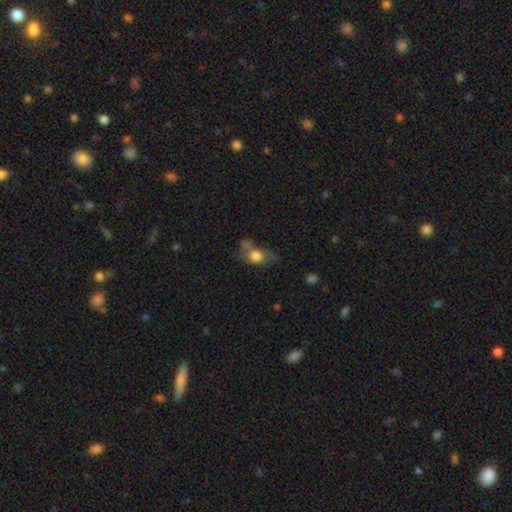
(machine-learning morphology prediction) Smooth or featured?
  - smooth: 69% *
  - featured or disk: 22%
  - star or artifact: 9%
How rounded?
  - in between: 70% *
  - round: 25%
  - cigar-shaped: 5%
Merging?
  - none: 31% *
  - merger: 25%
  - minor disturbance: 23%
  - major disturbance: 20%